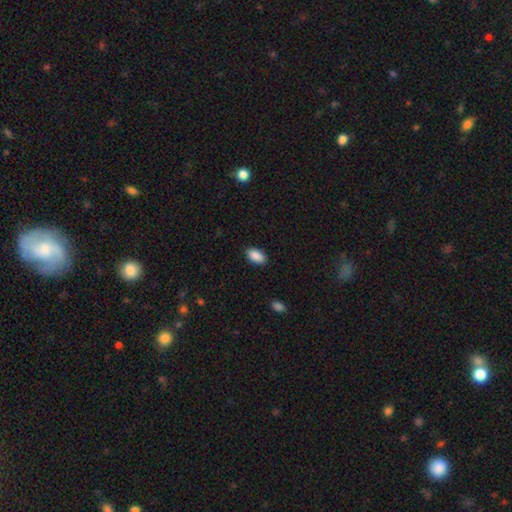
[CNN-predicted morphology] A smooth galaxy with no disk features (90%) that is in between round and cigar-shaped (94%). Merging: none (87%).